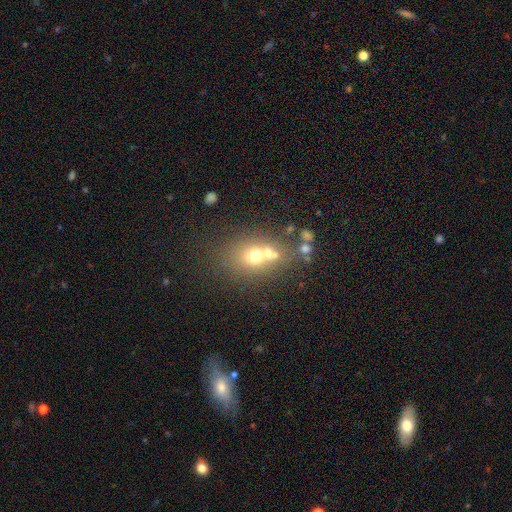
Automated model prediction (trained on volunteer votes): smooth 61%, featured or disk 23%, star or artifact 16%. Down the decision tree: how rounded — round (57%); merging — none (42%).